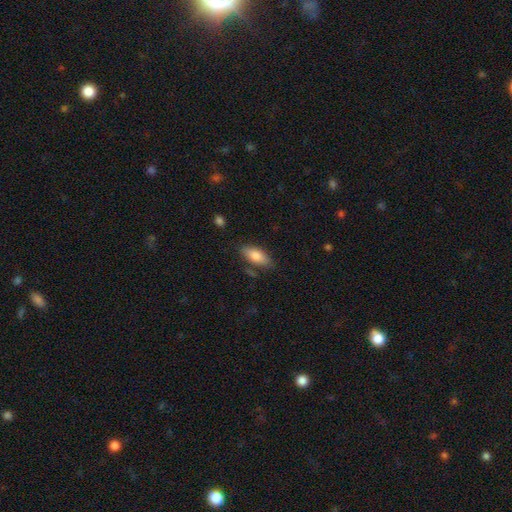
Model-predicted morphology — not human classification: smooth_or_featured: smooth (p=0.78) [alt: featured or disk p=0.15]
how_rounded: in between (p=0.80) [alt: cigar-shaped p=0.17]
merging: none (p=0.78) [alt: minor disturbance p=0.15]